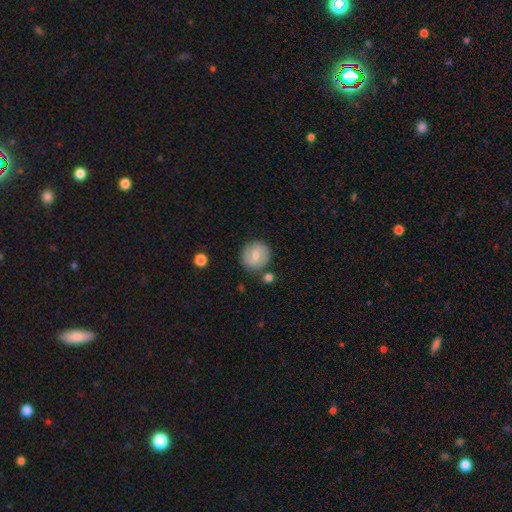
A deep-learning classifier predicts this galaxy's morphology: This appears to be a featured or disk galaxy (47%). Merging: none (80%).